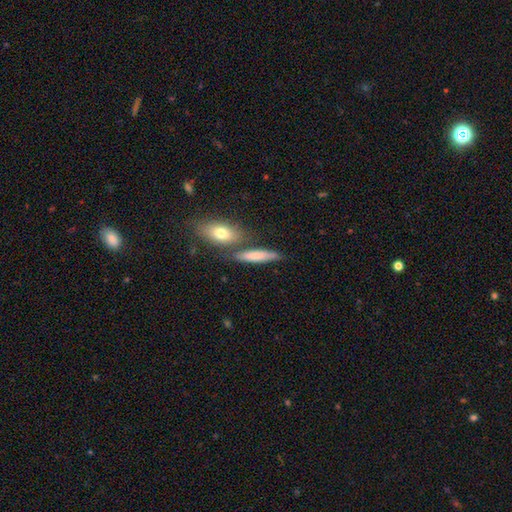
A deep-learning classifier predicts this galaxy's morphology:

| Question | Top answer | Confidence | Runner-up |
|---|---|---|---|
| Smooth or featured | smooth | 75% | featured or disk (18%) |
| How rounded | cigar-shaped | 68% | in between (28%) |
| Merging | none | 62% | merger (19%) |